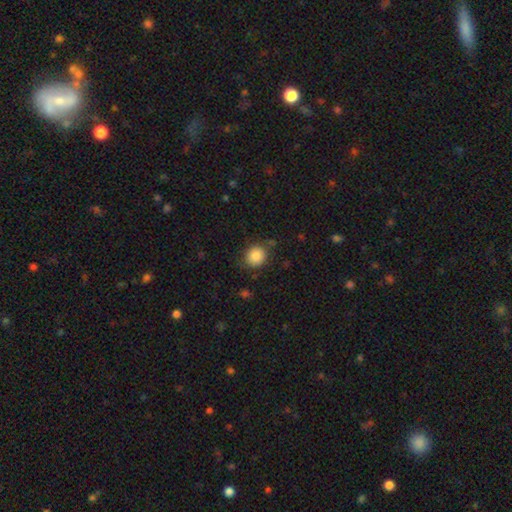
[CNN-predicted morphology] Smooth or featured: smooth — 86% (star or artifact — 9%)
How rounded: round — 79% (in between — 20%)
Merging: none — 79% (minor disturbance — 14%)